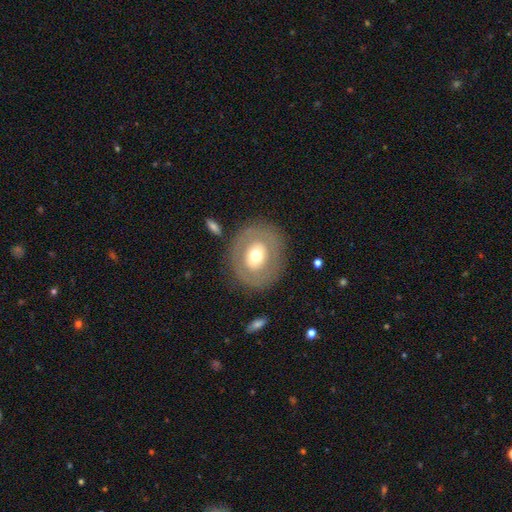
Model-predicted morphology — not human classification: Q: Smooth or featured?
A: smooth (49%); runner-up: featured or disk (44%)
Q: Merging?
A: none (83%); runner-up: minor disturbance (9%)